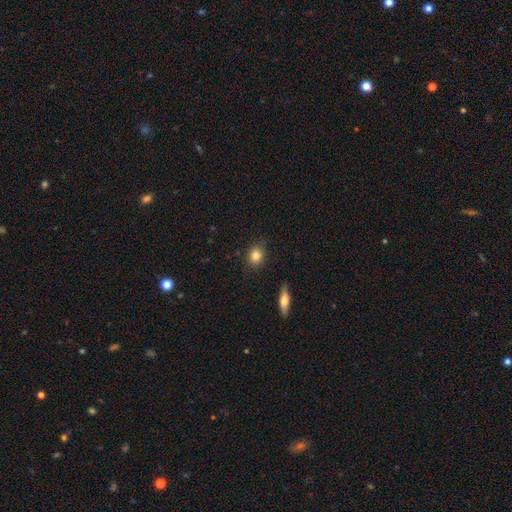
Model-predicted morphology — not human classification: Smooth or featured?
  - smooth: 83% *
  - star or artifact: 9%
  - featured or disk: 8%
How rounded?
  - round: 59% *
  - in between: 39%
  - cigar-shaped: 2%
Merging?
  - none: 85% *
  - minor disturbance: 11%
  - major disturbance: 2%
  - merger: 2%